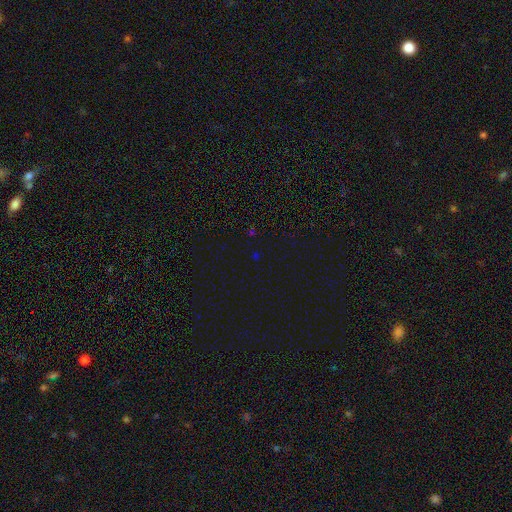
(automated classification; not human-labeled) Smooth or featured?
  - star or artifact: 66% *
  - smooth: 26%
  - featured or disk: 7%